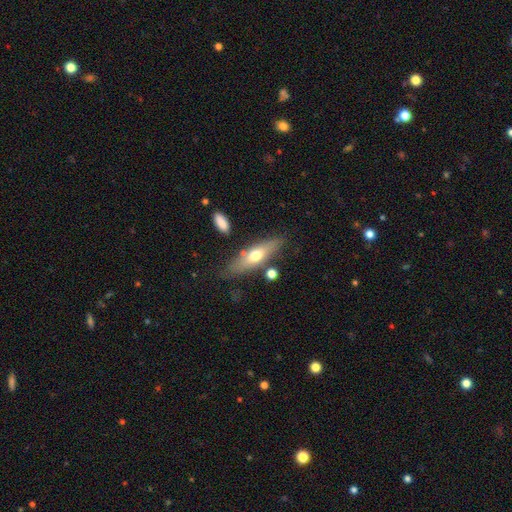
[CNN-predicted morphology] type=smooth (54%); roundness=cigar-shaped (56%); merging=none (73%).